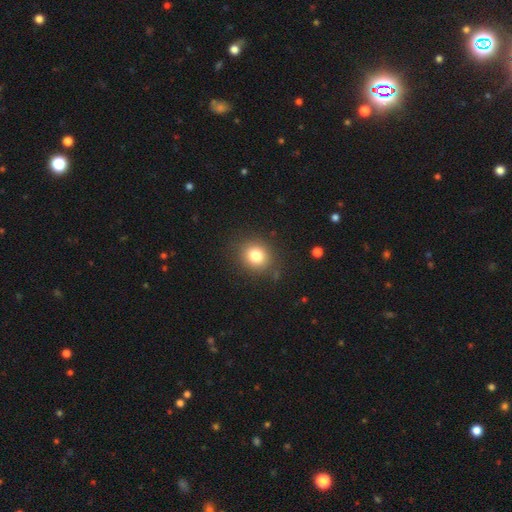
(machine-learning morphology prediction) This is clearly a smooth galaxy (81%). How rounded: likely round (76%). Merging: clearly none (85%).